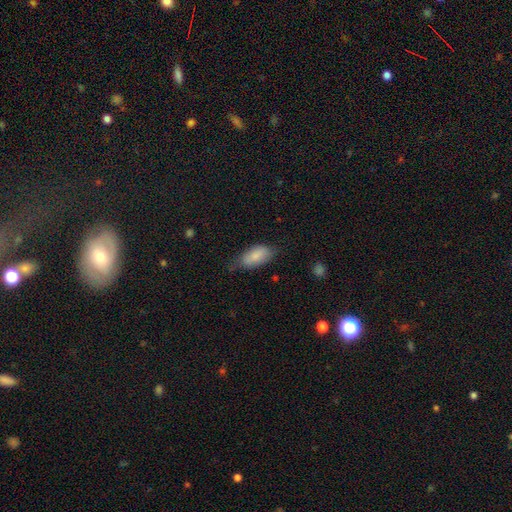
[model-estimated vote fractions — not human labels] Overall: smooth (82%). How rounded: in between (91%). Merging: none (59%; minor disturbance 31%).